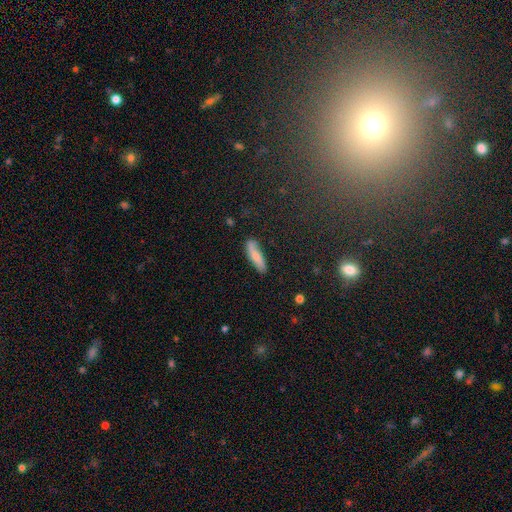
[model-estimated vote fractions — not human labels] smooth 71%, featured or disk 23%, star or artifact 7%. Down the decision tree: how rounded — cigar-shaped (68%); merging — none (77%).